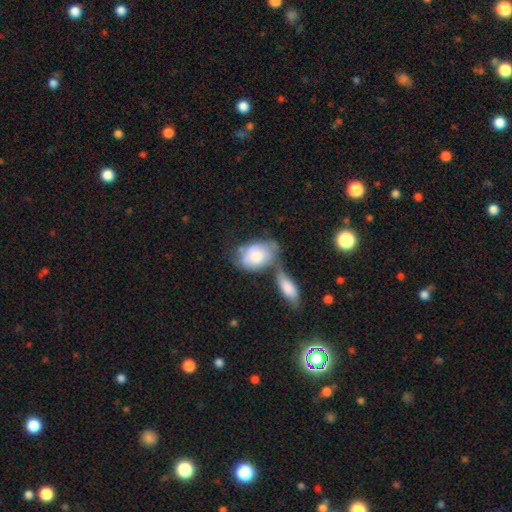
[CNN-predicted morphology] Smooth or featured? smooth (59%)
How rounded? in between (79%)
Merging? merger (46%)